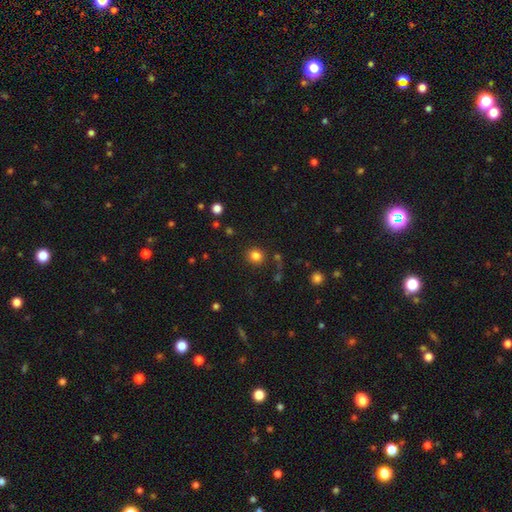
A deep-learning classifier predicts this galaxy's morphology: A smooth galaxy with no disk features (82%) that is round (86%). Merging: none (84%).